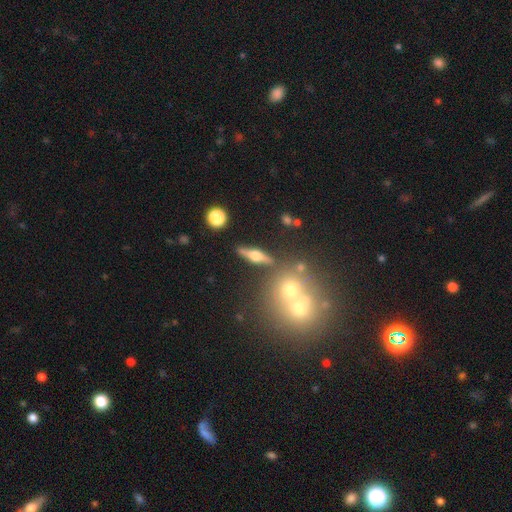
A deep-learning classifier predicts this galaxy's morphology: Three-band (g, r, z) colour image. It shows a featured or disk galaxy (65%) viewed edge-on (91%) with a rounded central bulge (95%). Merging: none (81%).